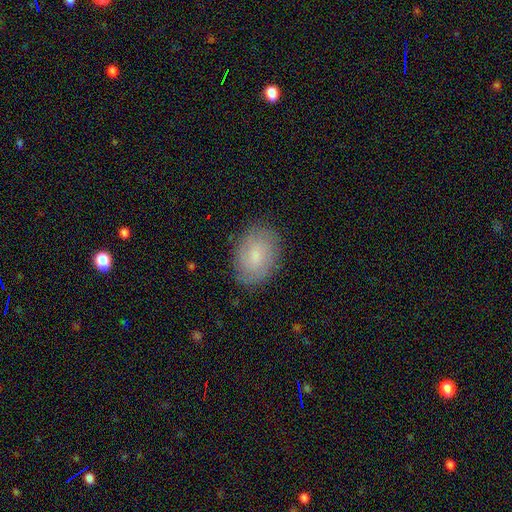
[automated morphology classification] smooth_or_featured: smooth (p=0.47) [alt: featured or disk p=0.44]
merging: none (p=0.82) [alt: minor disturbance p=0.13]